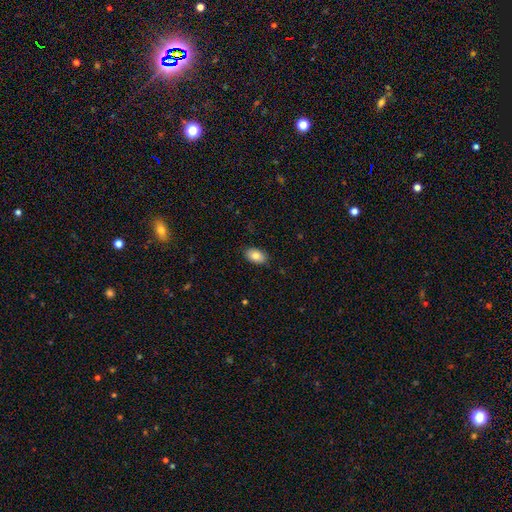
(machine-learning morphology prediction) Smooth or featured: smooth — 82% (featured or disk — 11%)
How rounded: in between — 92% (round — 6%)
Merging: none — 87% (minor disturbance — 10%)